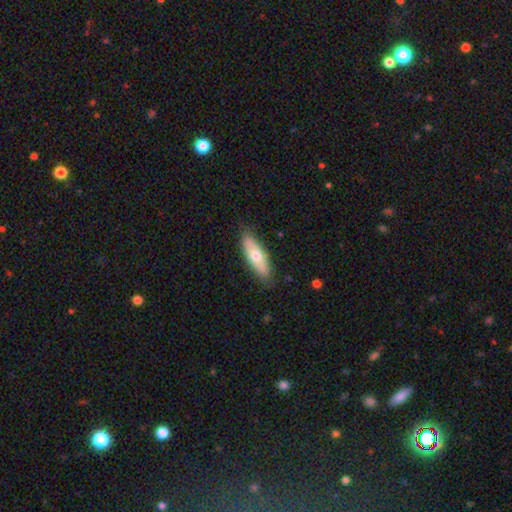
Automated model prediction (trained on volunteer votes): smooth-or-featured: smooth: 64% | featured or disk: 30% | star or artifact: 6%
  how-rounded: in between: 52% | cigar-shaped: 46% | round: 2%
  merging: none: 84% | minor disturbance: 12% | major disturbance: 2% | merger: 1%